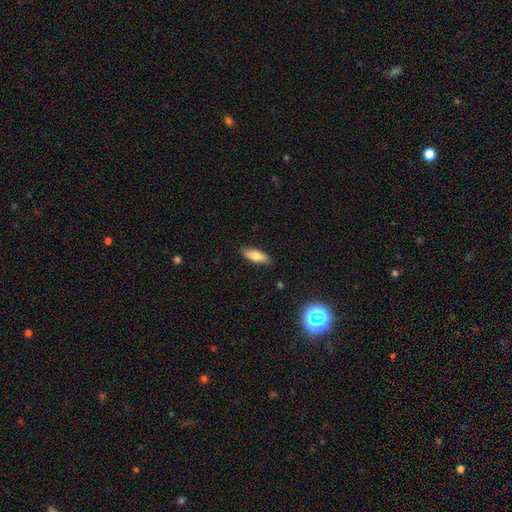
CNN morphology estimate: This is likely a smooth galaxy (73%). How rounded: likely in between (70%). Merging: clearly none (87%).